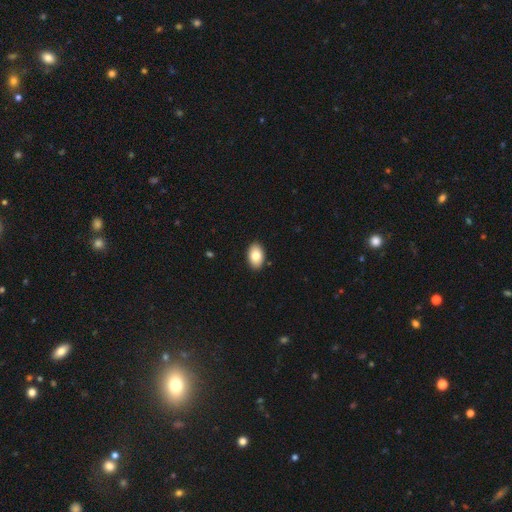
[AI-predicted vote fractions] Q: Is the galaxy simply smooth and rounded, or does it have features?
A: smooth — 83%.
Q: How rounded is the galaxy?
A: in between — 90%.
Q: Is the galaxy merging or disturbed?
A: none — 90%.